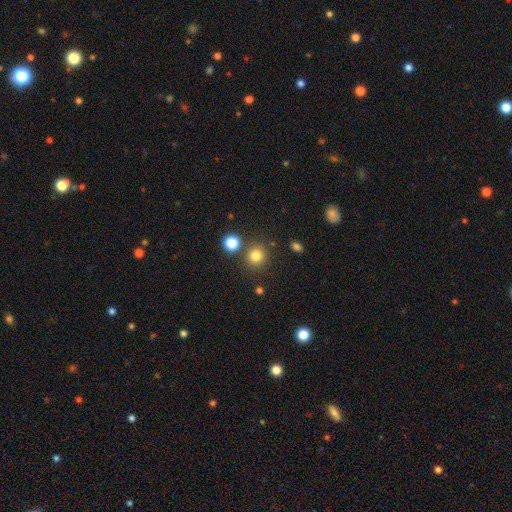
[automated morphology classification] Q: Smooth or featured?
A: smooth (80%); runner-up: star or artifact (14%)
Q: How rounded?
A: round (91%); runner-up: in between (8%)
Q: Merging?
A: none (82%); runner-up: merger (8%)